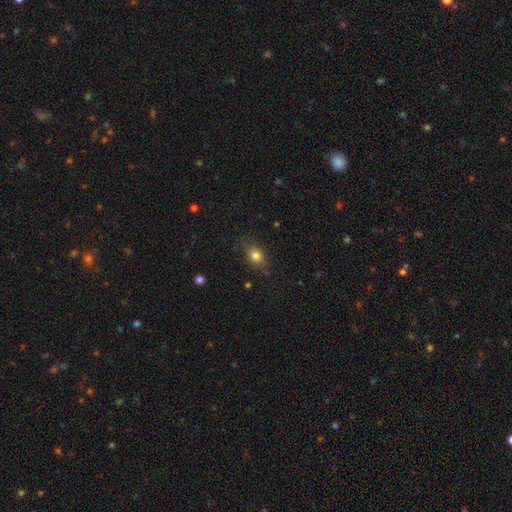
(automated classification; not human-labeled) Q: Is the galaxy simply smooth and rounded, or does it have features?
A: smooth — 81%.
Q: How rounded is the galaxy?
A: in between — 58%.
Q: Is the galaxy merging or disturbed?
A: none — 77%.